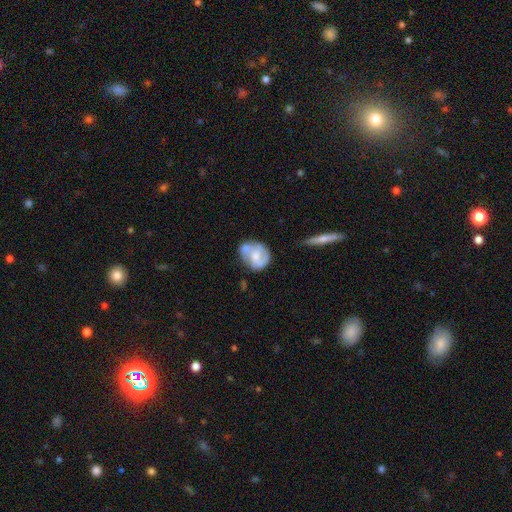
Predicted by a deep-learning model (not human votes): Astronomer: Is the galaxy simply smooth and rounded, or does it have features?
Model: featured or disk — 59% (runner-up: smooth, 35%).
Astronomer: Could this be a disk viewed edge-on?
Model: no — 97%.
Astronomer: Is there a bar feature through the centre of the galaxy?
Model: no — 63%.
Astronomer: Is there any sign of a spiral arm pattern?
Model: yes — 70%.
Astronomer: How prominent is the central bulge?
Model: moderate — 48% (runner-up: small, 34%).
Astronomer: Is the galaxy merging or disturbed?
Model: none — 44% (runner-up: minor disturbance, 26%).